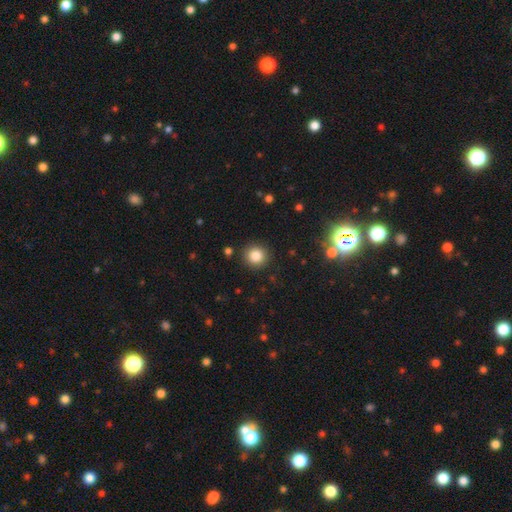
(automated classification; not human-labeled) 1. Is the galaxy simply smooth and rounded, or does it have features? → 84% smooth, 11% star or artifact, 5% featured or disk.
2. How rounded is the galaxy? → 92% round, 7% in between, 1% cigar-shaped.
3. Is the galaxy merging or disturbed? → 91% none, 6% minor disturbance, 2% major disturbance, 1% merger.